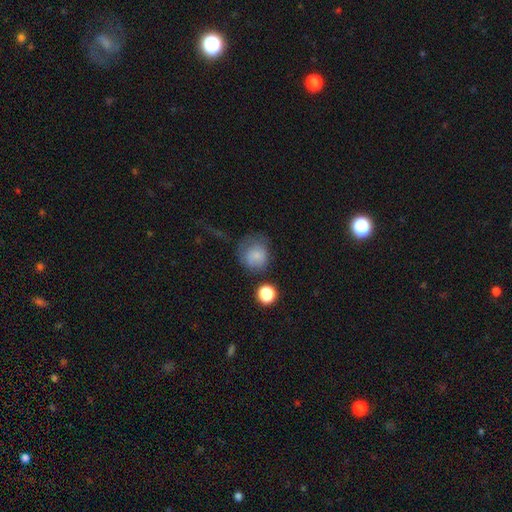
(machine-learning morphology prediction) Q: Smooth or featured?
A: smooth (75%); runner-up: featured or disk (13%)
Q: How rounded?
A: round (83%); runner-up: in between (16%)
Q: Merging?
A: none (50%); runner-up: minor disturbance (24%)